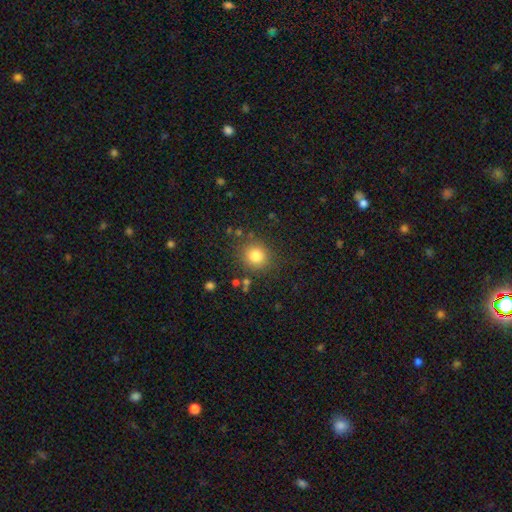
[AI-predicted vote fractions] Smooth or featured? Predicted: smooth (p=0.82). How rounded? Predicted: round (p=0.89). Merging? Predicted: none (p=0.84).